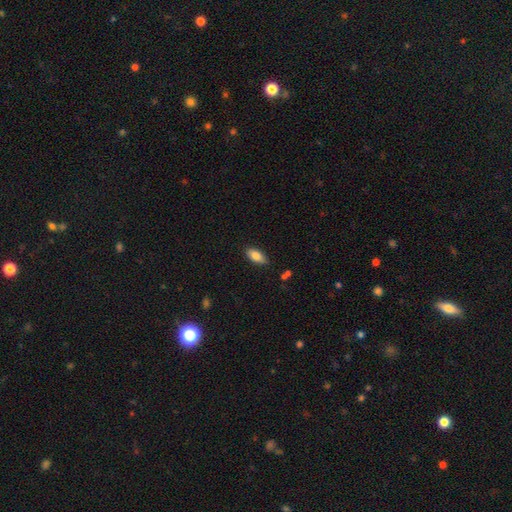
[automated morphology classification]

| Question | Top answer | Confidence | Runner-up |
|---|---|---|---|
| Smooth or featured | smooth | 80% | featured or disk (13%) |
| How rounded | in between | 87% | cigar-shaped (10%) |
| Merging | none | 82% | minor disturbance (14%) |